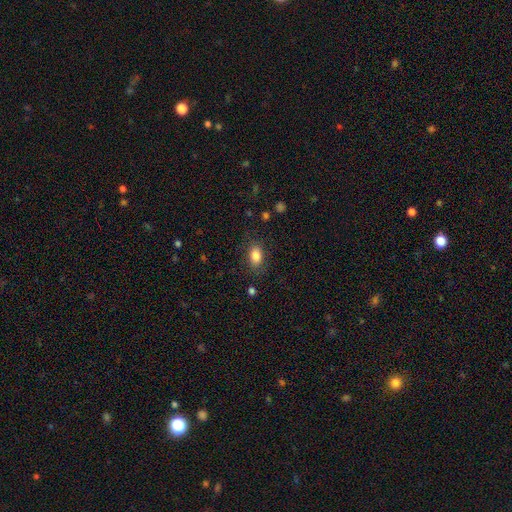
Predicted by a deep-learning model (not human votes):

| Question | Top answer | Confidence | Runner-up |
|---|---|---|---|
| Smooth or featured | smooth | 84% | star or artifact (9%) |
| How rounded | in between | 85% | round (13%) |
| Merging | none | 83% | minor disturbance (12%) |